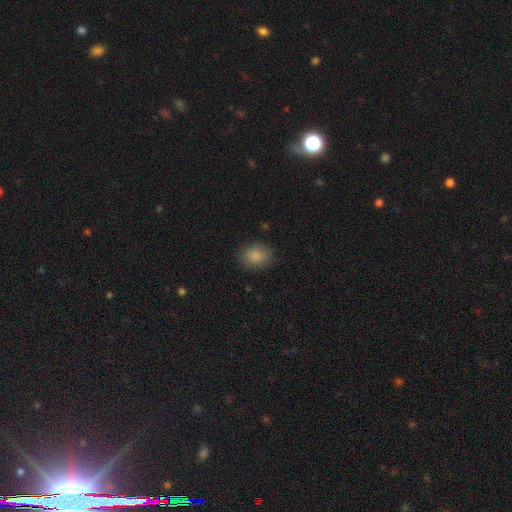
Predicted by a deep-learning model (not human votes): This is clearly a smooth galaxy (87%). How rounded: possibly in between (55%). Merging: clearly none (84%).